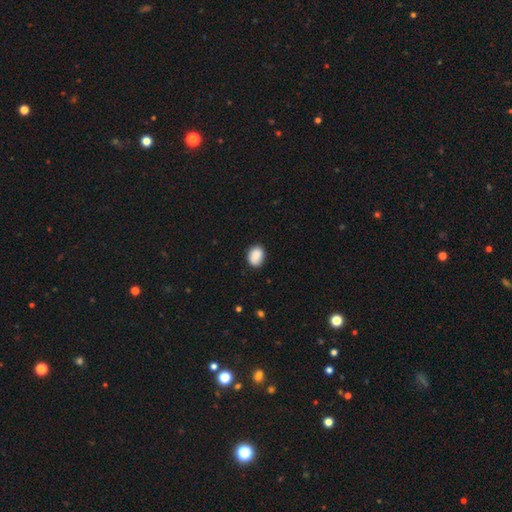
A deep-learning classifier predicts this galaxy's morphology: Q: Smooth or featured?
A: smooth (88%); runner-up: star or artifact (8%)
Q: How rounded?
A: in between (65%); runner-up: round (34%)
Q: Merging?
A: none (81%); runner-up: minor disturbance (15%)